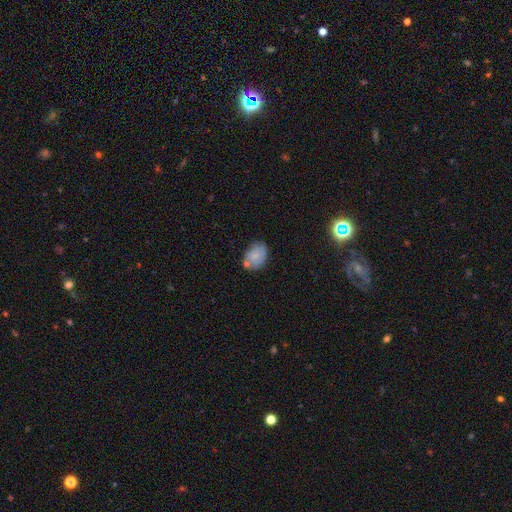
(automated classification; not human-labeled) Smooth or featured?
  - smooth: 65% *
  - featured or disk: 26%
  - star or artifact: 9%
How rounded?
  - in between: 72% *
  - round: 27%
  - cigar-shaped: 1%
Merging?
  - none: 58% *
  - minor disturbance: 24%
  - merger: 13%
  - major disturbance: 6%